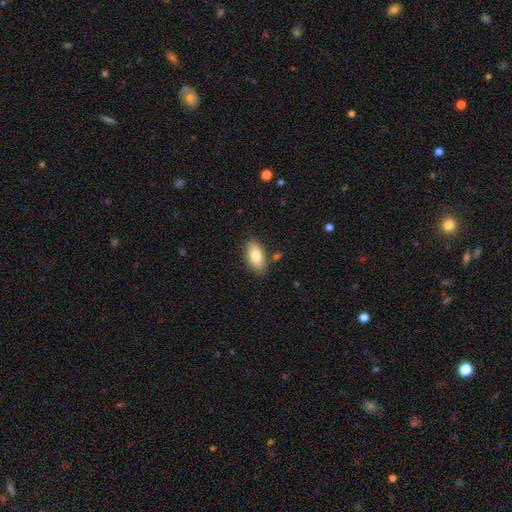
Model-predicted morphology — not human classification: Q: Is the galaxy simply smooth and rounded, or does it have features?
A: smooth — 80%.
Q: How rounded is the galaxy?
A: in between — 90%.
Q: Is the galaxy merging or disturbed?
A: none — 80%.